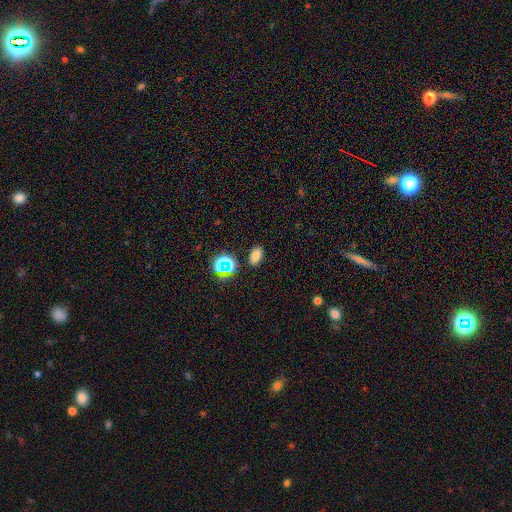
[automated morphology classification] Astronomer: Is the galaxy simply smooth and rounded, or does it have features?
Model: smooth — 75%.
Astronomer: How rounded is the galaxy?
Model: in between — 87%.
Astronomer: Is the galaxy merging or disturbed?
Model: none — 84%.